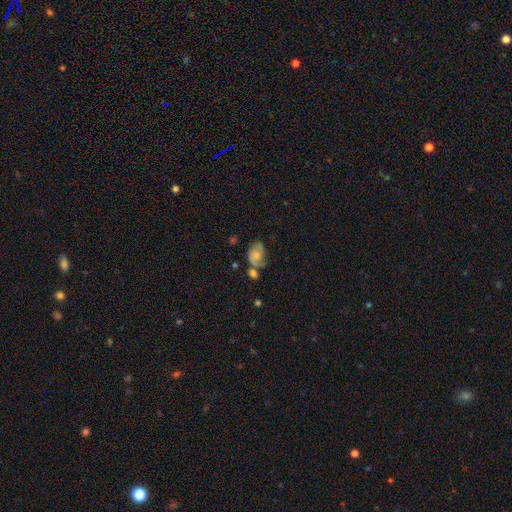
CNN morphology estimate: smooth-or-featured: featured or disk: 53% | smooth: 38% | star or artifact: 9%
  disk-edge-on: no: 97% | yes: 3%
    bar: no: 78% | weak: 19% | strong: 3%
    has-spiral-arms: yes: 77% | no: 23%
    bulge-size: small: 42% | moderate: 41% | none: 9% | large: 6% | dominant: 2%
  merging: none: 39% | minor disturbance: 25% | merger: 20% | major disturbance: 17%